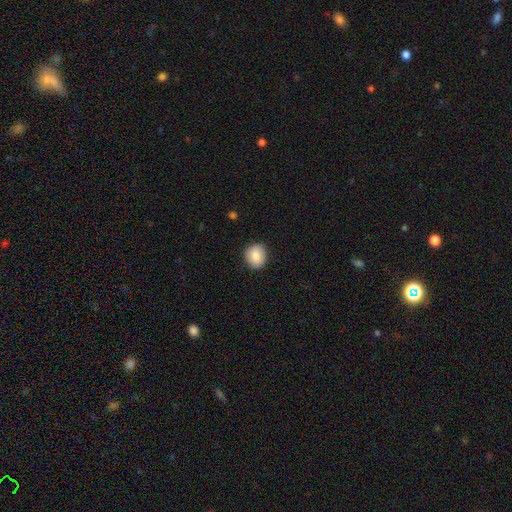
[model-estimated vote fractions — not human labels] Smooth or featured? Predicted: smooth (p=0.85). How rounded? Predicted: round (p=0.77). Merging? Predicted: none (p=0.89).